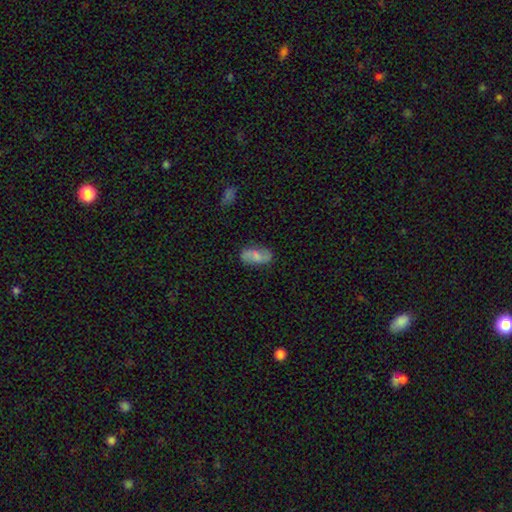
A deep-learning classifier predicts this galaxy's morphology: Smooth or featured? Predicted: smooth (p=0.52). How rounded? Predicted: in between (p=0.91). Merging? Predicted: none (p=0.74).